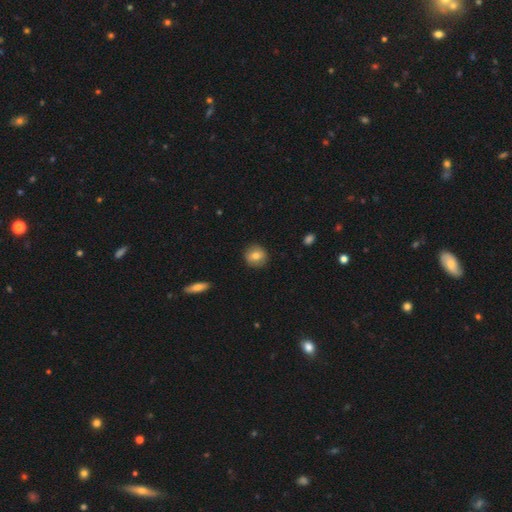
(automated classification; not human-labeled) Smooth or featured?
  - smooth: 76% *
  - featured or disk: 16%
  - star or artifact: 8%
How rounded?
  - round: 89% *
  - in between: 10%
  - cigar-shaped: 1%
Merging?
  - none: 88% *
  - minor disturbance: 9%
  - major disturbance: 2%
  - merger: 1%